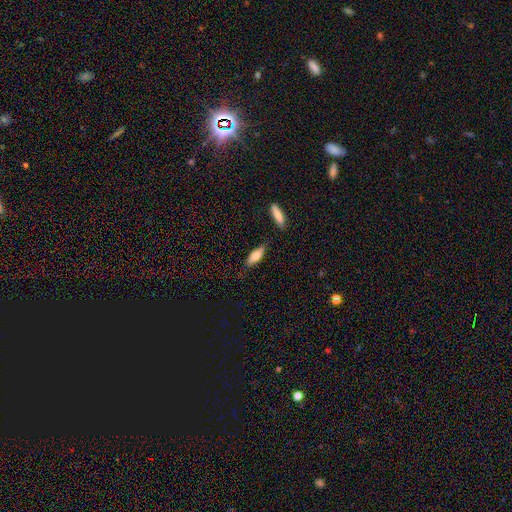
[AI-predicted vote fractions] This is likely a smooth galaxy (72%). How rounded: possibly in between (56%). Merging: likely none (73%).